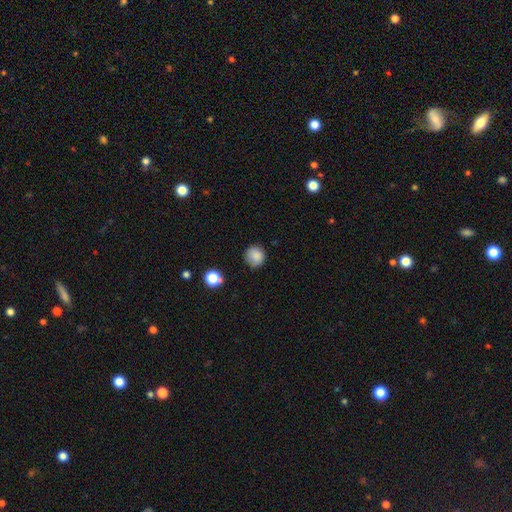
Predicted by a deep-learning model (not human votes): Overall: smooth (86%). How rounded: round (91%). Merging: none (84%).